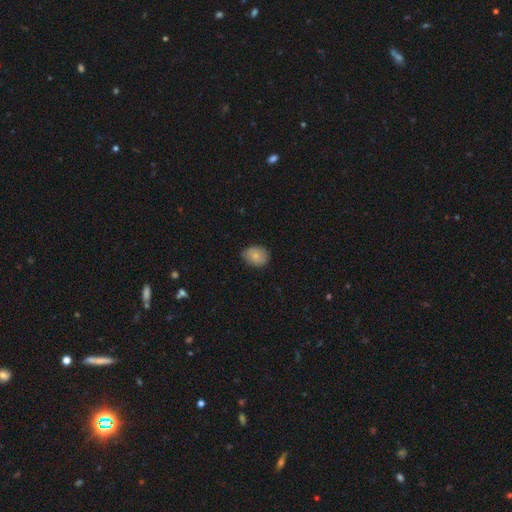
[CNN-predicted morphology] The model was most divided on "how rounded": round: 52%, in between: 47%, cigar-shaped: 1%. More confident: smooth or featured — smooth (77%); merging — none (69%).